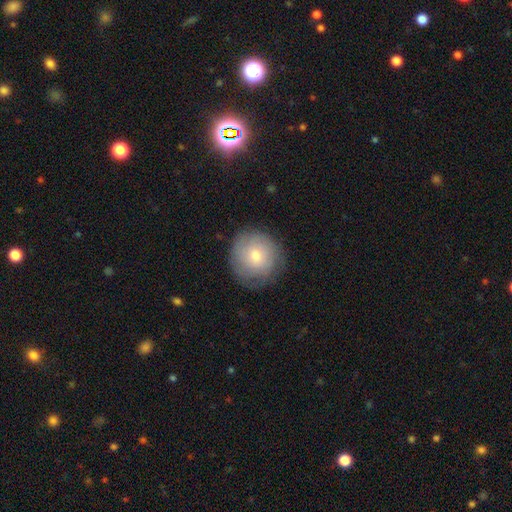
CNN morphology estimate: smooth_or_featured: smooth (p=0.66) [alt: featured or disk p=0.26]
how_rounded: round (p=0.91) [alt: in between p=0.08]
merging: none (p=0.80) [alt: minor disturbance p=0.15]